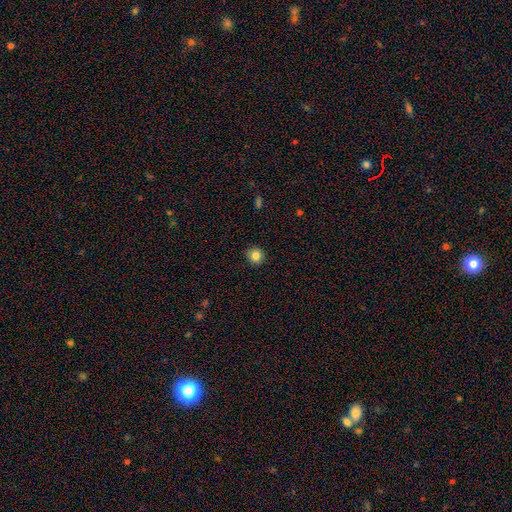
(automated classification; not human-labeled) The model was most divided on "smooth or featured": smooth: 84%, star or artifact: 10%, featured or disk: 6%. More confident: merging — none (91%); how rounded — round (90%).